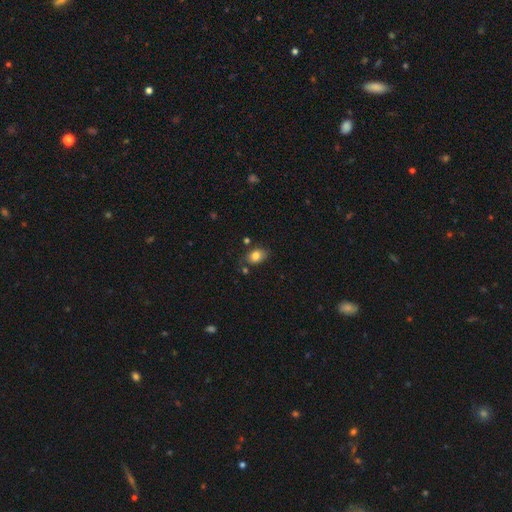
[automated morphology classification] Q: Smooth or featured?
A: smooth (81%); runner-up: featured or disk (10%)
Q: How rounded?
A: in between (74%); runner-up: round (24%)
Q: Merging?
A: none (73%); runner-up: minor disturbance (17%)